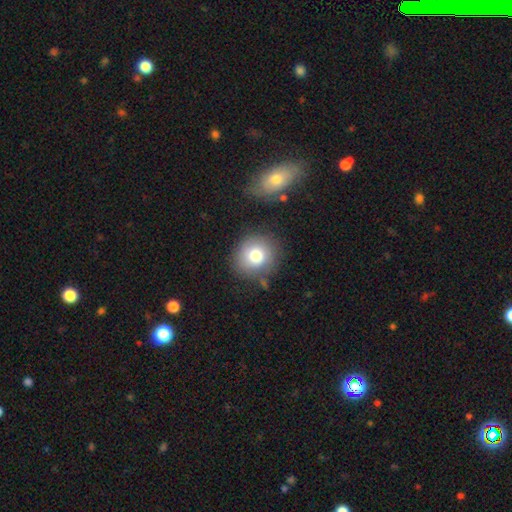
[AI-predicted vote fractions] Smooth or featured? smooth (77%)
How rounded? round (86%)
Merging? none (80%)